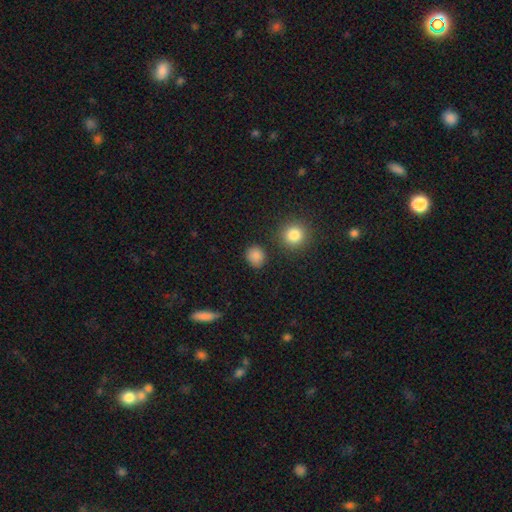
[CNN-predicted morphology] Smooth or featured: smooth — 84% (star or artifact — 12%)
How rounded: round — 78% (in between — 21%)
Merging: none — 84% (minor disturbance — 10%)